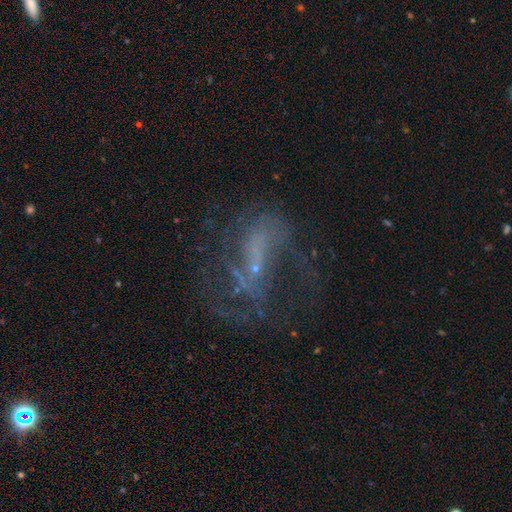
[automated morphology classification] This appears to be a featured or disk galaxy (66%) with no bar (47%), spiral arms (62%) and a small central bulge (43%). Merging: none (43%).